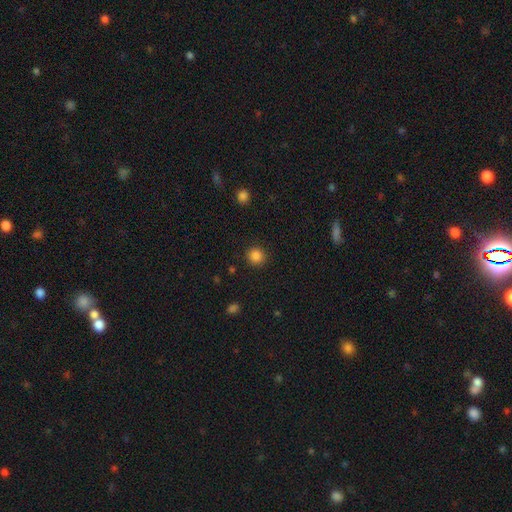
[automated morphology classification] Smooth or featured? smooth (85%)
How rounded? round (92%)
Merging? none (90%)